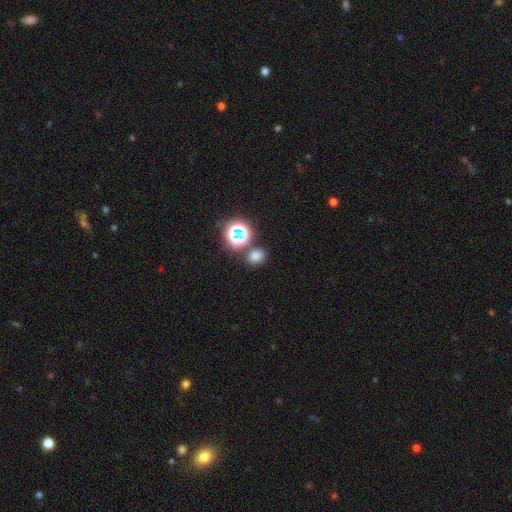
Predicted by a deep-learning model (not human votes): smooth-or-featured: smooth: 70% | star or artifact: 24% | featured or disk: 6%
  how-rounded: round: 63% | in between: 36% | cigar-shaped: 1%
  merging: none: 75% | merger: 12% | minor disturbance: 10% | major disturbance: 3%